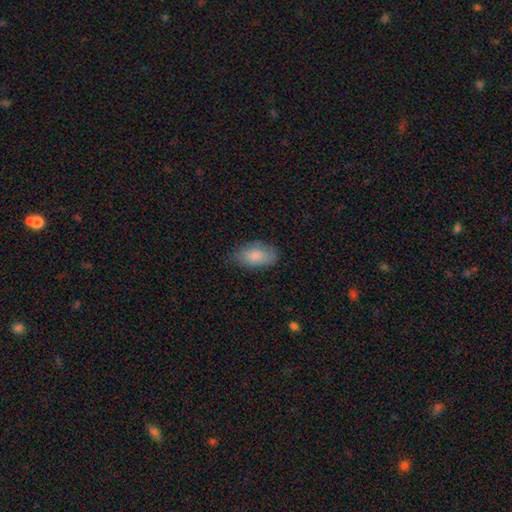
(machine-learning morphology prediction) Smooth or featured?
  - smooth: 81% *
  - featured or disk: 12%
  - star or artifact: 6%
How rounded?
  - in between: 93% *
  - round: 4%
  - cigar-shaped: 3%
Merging?
  - none: 73% *
  - minor disturbance: 21%
  - major disturbance: 4%
  - merger: 1%